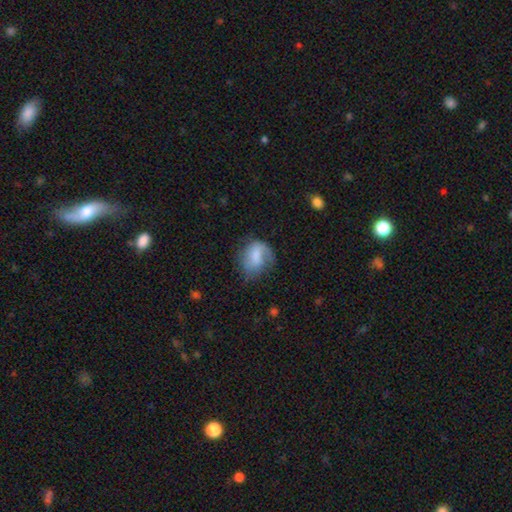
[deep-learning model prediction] This is possibly a smooth galaxy (58%). How rounded: possibly in between (55%). Merging: possibly none (45%).